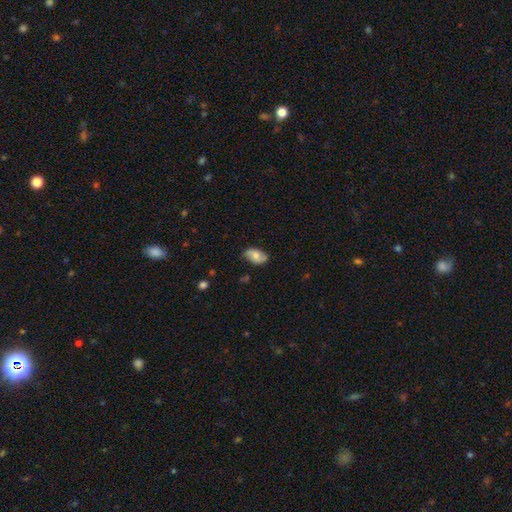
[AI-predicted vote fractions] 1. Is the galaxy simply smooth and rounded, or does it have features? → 62% smooth, 31% featured or disk, 7% star or artifact.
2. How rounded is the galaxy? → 92% in between, 6% round, 2% cigar-shaped.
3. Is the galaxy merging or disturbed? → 74% none, 21% minor disturbance, 4% major disturbance, 1% merger.